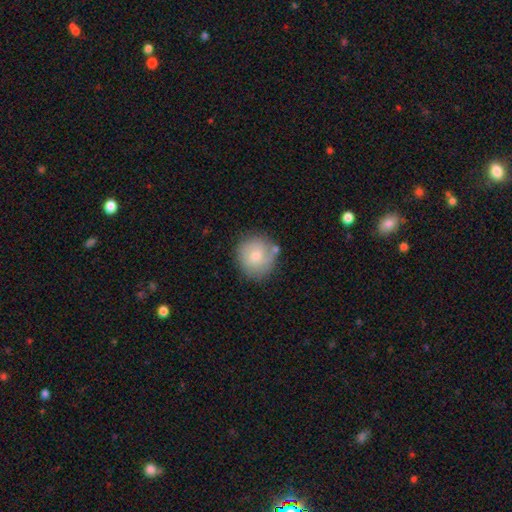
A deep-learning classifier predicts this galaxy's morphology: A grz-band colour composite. It shows a smooth galaxy with no disk features (69%) that is round (91%). Merging: none (71%).